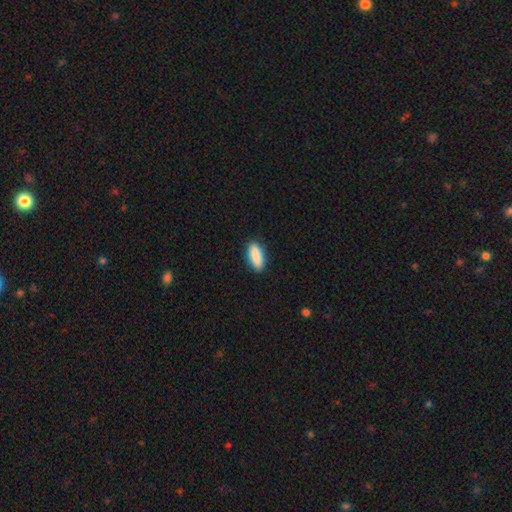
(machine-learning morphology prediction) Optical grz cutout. It shows a smooth galaxy with no disk features (89%) that is in between round and cigar-shaped (71%). Merging: none (88%).